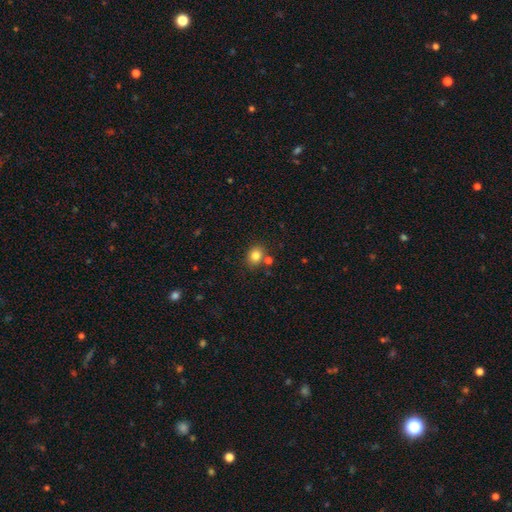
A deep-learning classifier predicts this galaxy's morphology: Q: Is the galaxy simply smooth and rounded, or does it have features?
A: smooth — 82%.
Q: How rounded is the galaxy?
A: round — 62%.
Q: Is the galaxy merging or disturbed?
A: none — 76%.